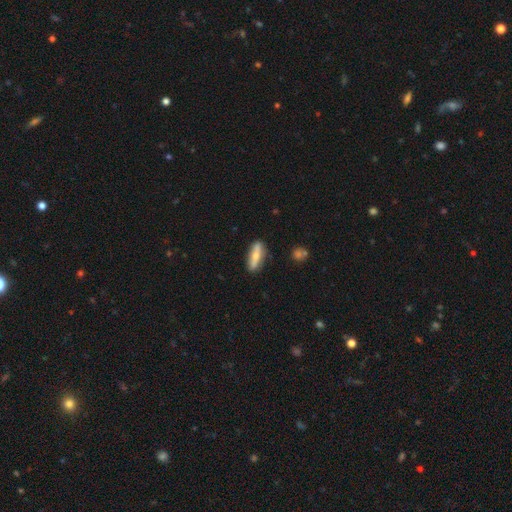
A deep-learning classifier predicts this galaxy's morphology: A smooth galaxy with no disk features (55%) that is cigar-shaped (53%). Merging: none (82%).